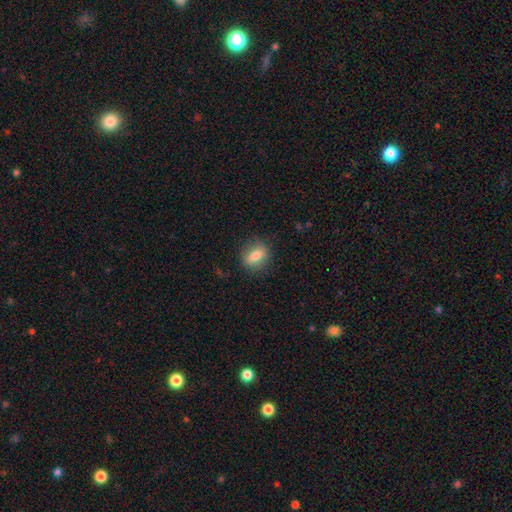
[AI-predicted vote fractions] smooth-or-featured: smooth: 75% | featured or disk: 16% | star or artifact: 9%
  how-rounded: in between: 57% | round: 39% | cigar-shaped: 3%
  merging: none: 82% | minor disturbance: 13% | major disturbance: 4% | merger: 1%